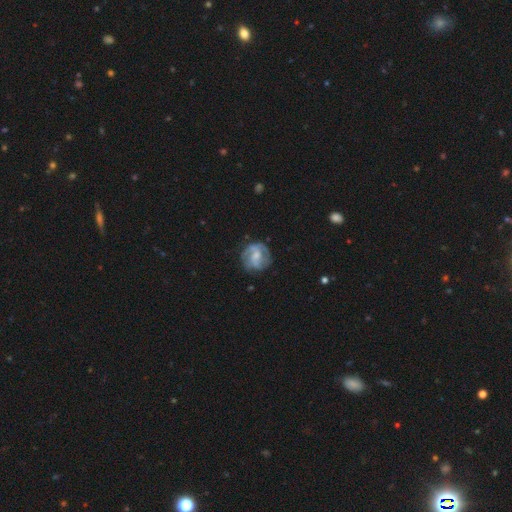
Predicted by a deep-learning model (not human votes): This is likely a featured or disk galaxy (64%). It is clearly not viewed edge-on (98%). Bar: possibly no (46%). Spiral arm pattern: likely yes (79%). Central bulge: marginally moderate (43%). Merging: likely none (69%).